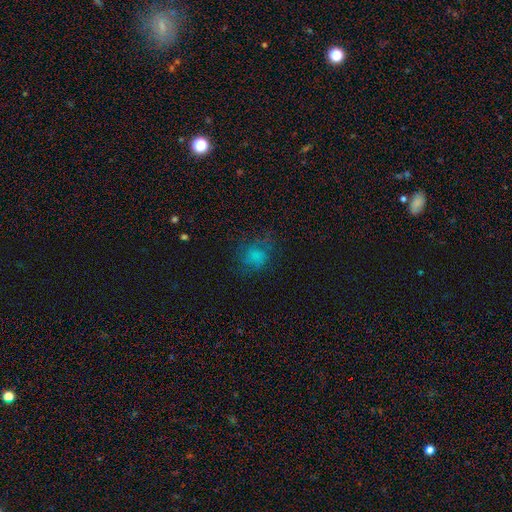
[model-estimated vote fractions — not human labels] A smooth galaxy with no disk features (61%) that is round (71%). Merging: none (65%).